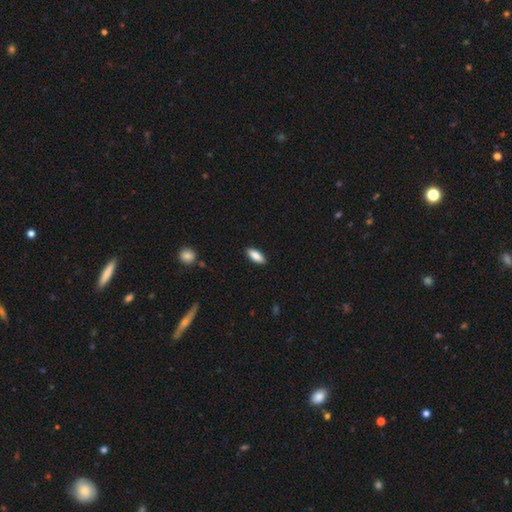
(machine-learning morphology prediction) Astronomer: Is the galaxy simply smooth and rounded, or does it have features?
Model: smooth — 86%.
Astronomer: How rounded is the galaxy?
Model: in between — 76%.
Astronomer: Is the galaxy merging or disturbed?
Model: none — 89%.